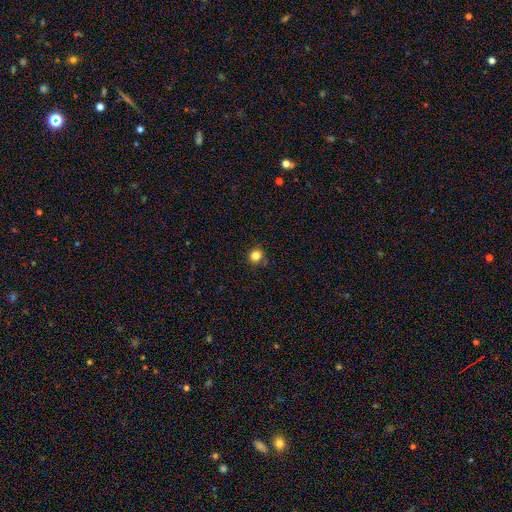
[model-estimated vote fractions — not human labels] Smooth or featured?
  - smooth: 83% *
  - star or artifact: 13%
  - featured or disk: 5%
How rounded?
  - round: 94% *
  - in between: 5%
  - cigar-shaped: 1%
Merging?
  - none: 87% *
  - minor disturbance: 9%
  - major disturbance: 2%
  - merger: 2%